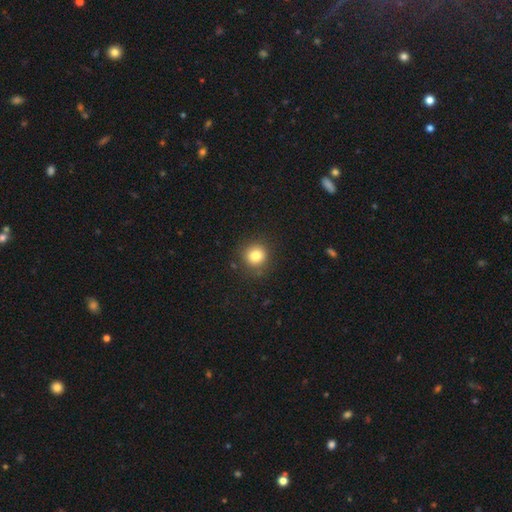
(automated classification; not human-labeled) Q: Smooth or featured?
A: smooth (82%); runner-up: star or artifact (12%)
Q: How rounded?
A: round (90%); runner-up: in between (9%)
Q: Merging?
A: none (87%); runner-up: minor disturbance (9%)